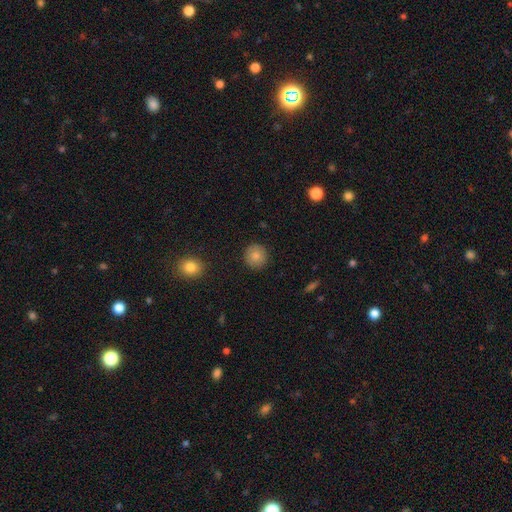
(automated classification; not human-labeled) Smooth or featured: smooth — 85% (star or artifact — 8%)
How rounded: round — 93% (in between — 7%)
Merging: none — 91% (minor disturbance — 6%)